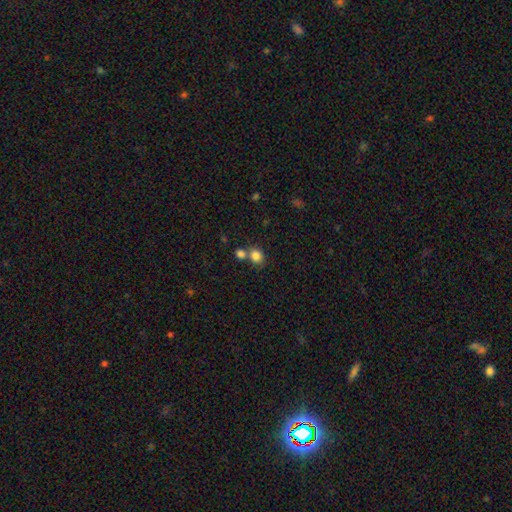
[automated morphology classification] A smooth galaxy with no disk features (84%) that is round (67%). Merging: none (56%).